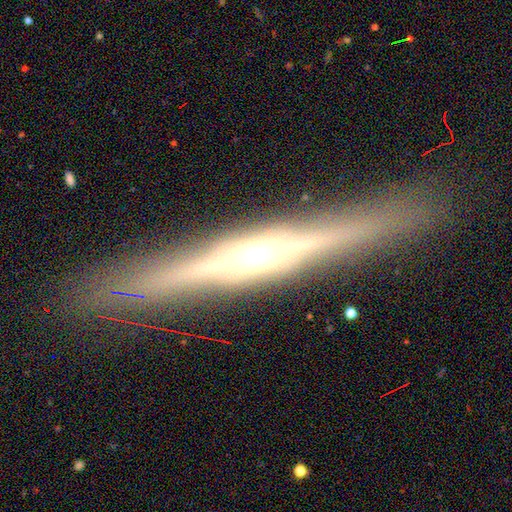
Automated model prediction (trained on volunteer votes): smooth_or_featured: featured or disk (p=0.81) [alt: smooth p=0.13]
disk_edge_on: yes (p=0.97) [alt: no p=0.03]
edge_on_bulge: rounded (p=0.77) [alt: boxy p=0.15]
merging: none (p=0.90) [alt: minor disturbance p=0.07]